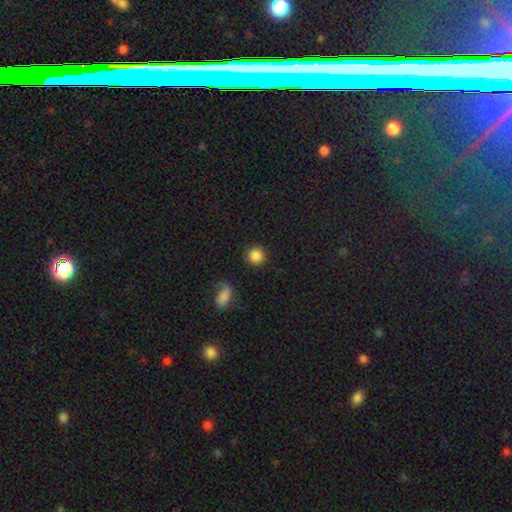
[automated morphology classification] Smooth or featured? smooth (85%)
How rounded? round (93%)
Merging? none (88%)